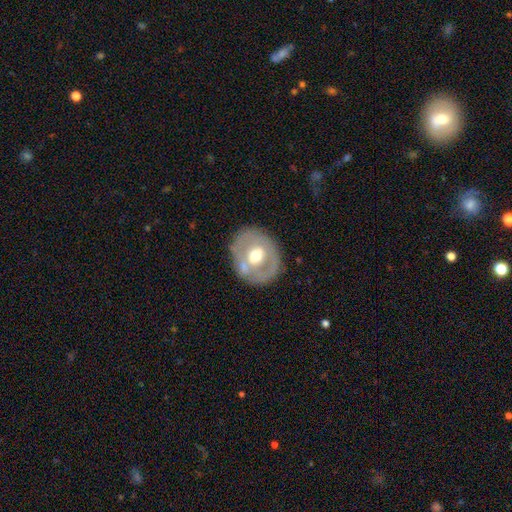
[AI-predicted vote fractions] smooth-or-featured: featured or disk: 55% | smooth: 39% | star or artifact: 6%
  disk-edge-on: no: 94% | yes: 6%
    bar: no: 63% | weak: 27% | strong: 10%
    has-spiral-arms: no: 84% | yes: 16%
    bulge-size: moderate: 75% | large: 13% | small: 10% | dominant: 1% | none: 1%
  merging: none: 70% | minor disturbance: 15% | merger: 8% | major disturbance: 6%